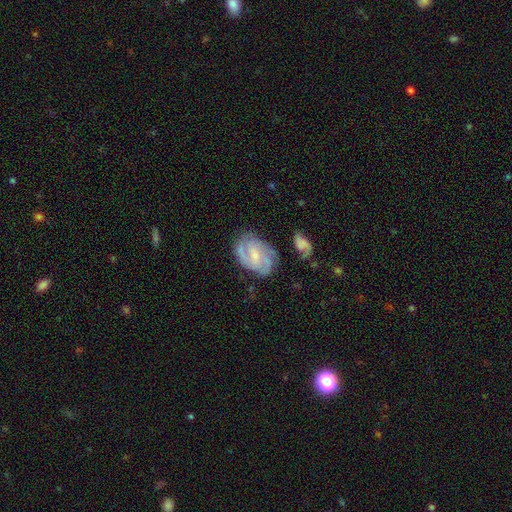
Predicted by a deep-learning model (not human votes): This appears to be a featured or disk galaxy (80%) with a weak bar (46%), 2 (33%) tight (44%) spiral arms (94%) and a small central bulge (64%). Merging: none (65%).